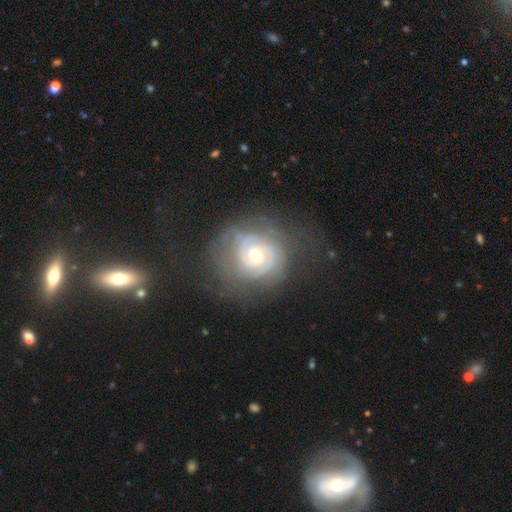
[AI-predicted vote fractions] A featured or disk galaxy (81%) with no bar (72%), 2 (40%) tight (72%) spiral arms (91%) and a moderate central bulge (51%). Merging: none (66%).